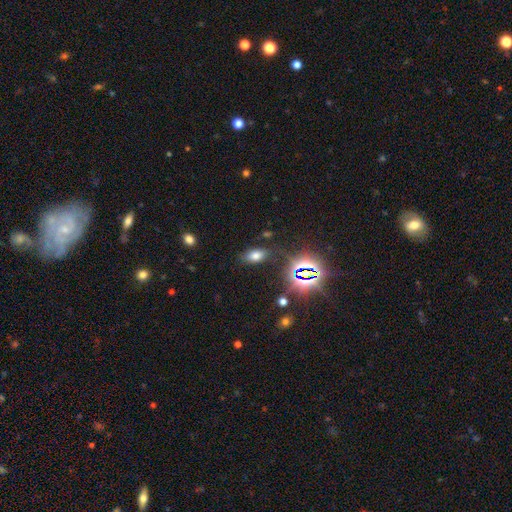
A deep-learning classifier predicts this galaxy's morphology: Smooth or featured?
  - smooth: 64% *
  - star or artifact: 26%
  - featured or disk: 10%
How rounded?
  - in between: 87% *
  - round: 8%
  - cigar-shaped: 5%
Merging?
  - none: 80% *
  - minor disturbance: 12%
  - major disturbance: 4%
  - merger: 3%